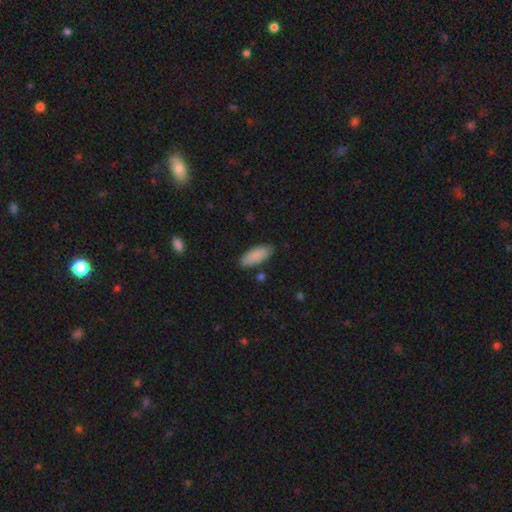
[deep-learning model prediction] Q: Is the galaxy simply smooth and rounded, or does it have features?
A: smooth — 88%.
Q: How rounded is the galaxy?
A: in between — 80%.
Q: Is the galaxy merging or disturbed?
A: none — 82%.